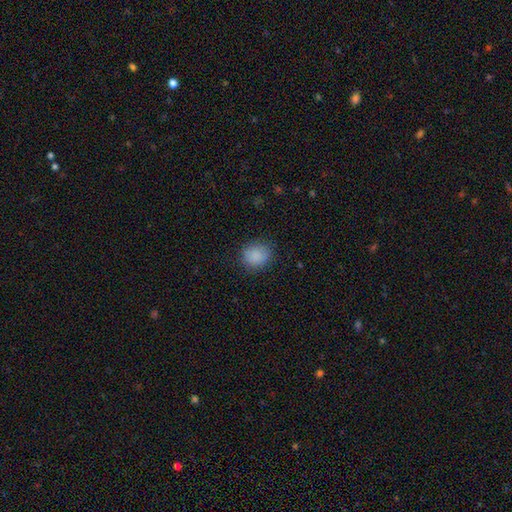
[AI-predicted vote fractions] Morphology: type=smooth (87%); roundness=round (74%); merging=none (82%).